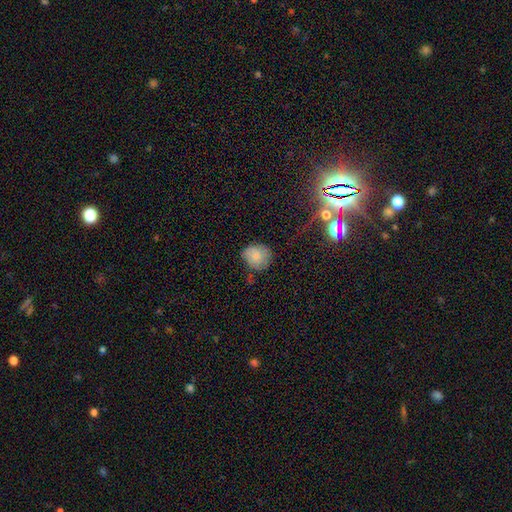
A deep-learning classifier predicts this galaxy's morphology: smooth_or_featured: smooth (p=0.71) [alt: featured or disk p=0.19]
how_rounded: round (p=0.76) [alt: in between p=0.23]
merging: none (p=0.66) [alt: minor disturbance p=0.26]